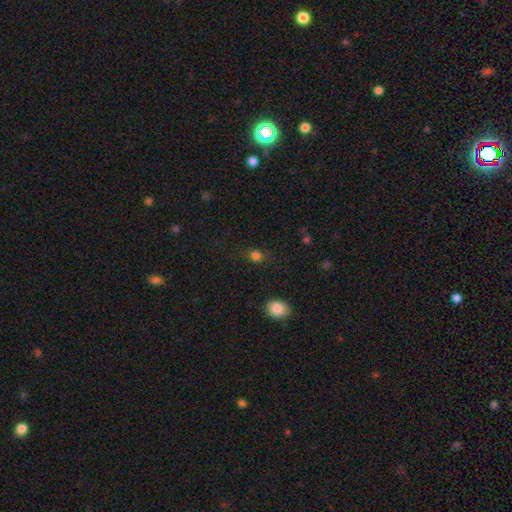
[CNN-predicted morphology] This is likely a smooth galaxy (79%). How rounded: likely round (73%). Merging: likely none (78%).